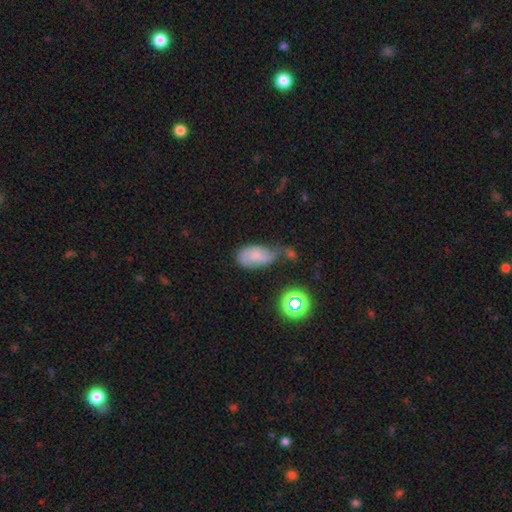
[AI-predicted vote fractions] Q: Smooth or featured?
A: smooth (55%); runner-up: featured or disk (31%)
Q: How rounded?
A: in between (90%); runner-up: round (7%)
Q: Merging?
A: minor disturbance (34%); tied with: none (34%)